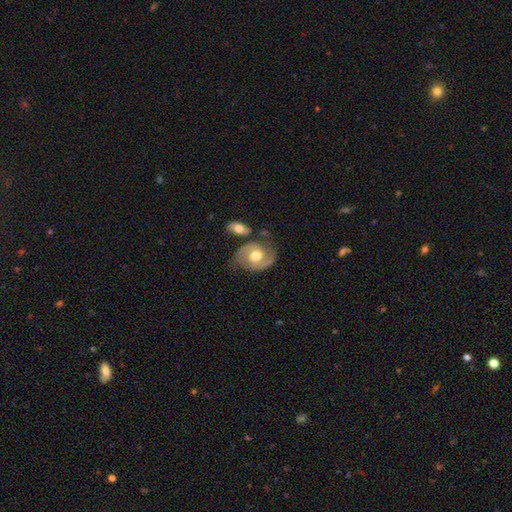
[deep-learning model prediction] Smooth or featured?
  - featured or disk: 78% *
  - smooth: 16%
  - star or artifact: 5%
Edge-on disk?
  - no: 97% *
  - yes: 3%
Bar?
  - no: 56% *
  - weak: 35%
  - strong: 9%
Spiral arms?
  - yes: 91% *
  - no: 9%
Spiral winding?
  - medium: 51% *
  - tight: 30%
  - loose: 18%
Spiral arm count?
  - 2: 90% *
  - can't tell: 5%
  - 1: 3%
  - 3: 1%
  - 4: 1%
  - more than 4: 1%
Bulge size?
  - moderate: 76% *
  - large: 15%
  - small: 7%
  - dominant: 1%
  - none: 1%
Merging?
  - none: 67% *
  - minor disturbance: 18%
  - merger: 8%
  - major disturbance: 6%